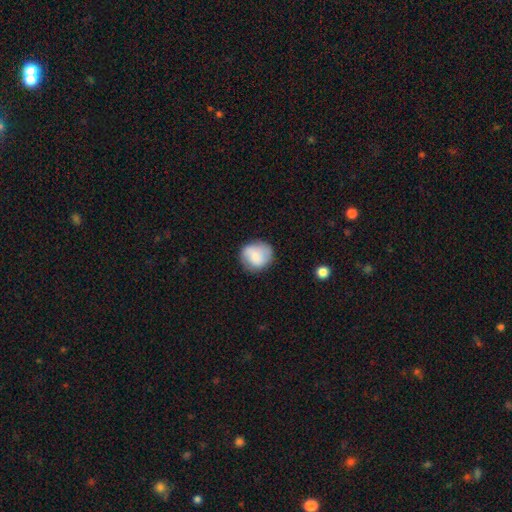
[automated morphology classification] type=smooth (72%); roundness=round (81%); merging=none (74%).